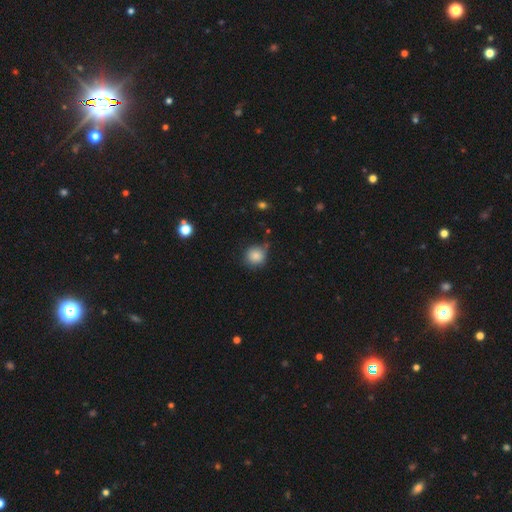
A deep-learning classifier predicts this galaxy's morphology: Overall: smooth (85%). How rounded: round (88%). Merging: none (63%; minor disturbance 26%).